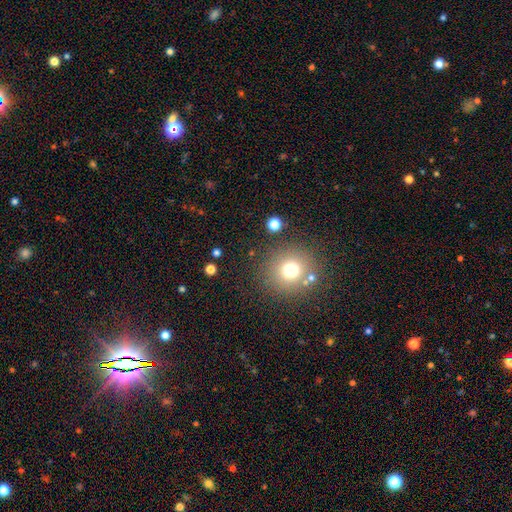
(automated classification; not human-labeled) A smooth galaxy with no disk features (60%) that is round (91%). Merging: none (82%).